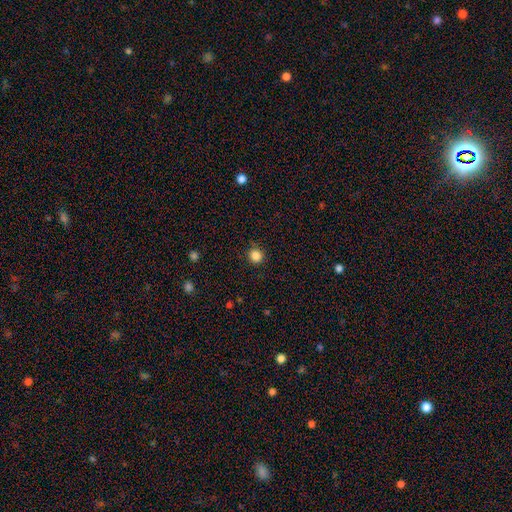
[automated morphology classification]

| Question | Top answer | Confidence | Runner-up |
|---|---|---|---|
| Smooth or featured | smooth | 85% | star or artifact (12%) |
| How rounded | round | 91% | in between (8%) |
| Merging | none | 88% | minor disturbance (8%) |